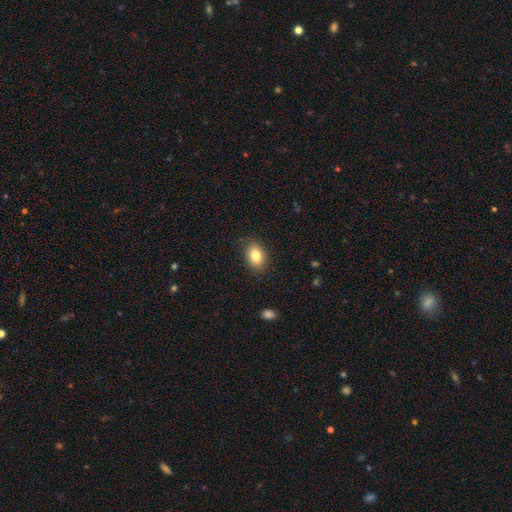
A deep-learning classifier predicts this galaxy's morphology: type=smooth (84%); roundness=in between (82%); merging=none (85%).